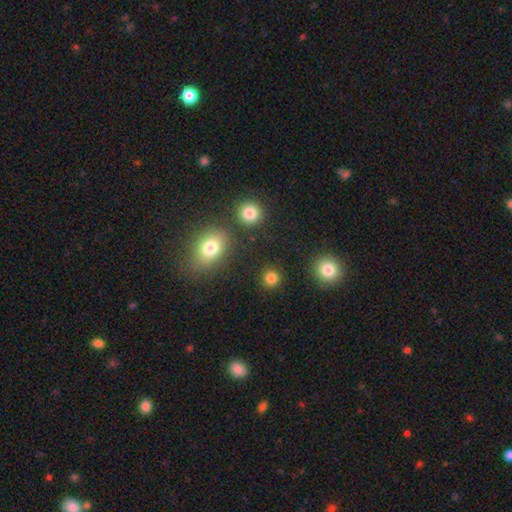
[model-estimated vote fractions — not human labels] smooth_or_featured: smooth (p=0.67) [alt: star or artifact p=0.24]
how_rounded: round (p=0.51) [alt: in between p=0.47]
merging: none (p=0.77) [alt: minor disturbance p=0.10]